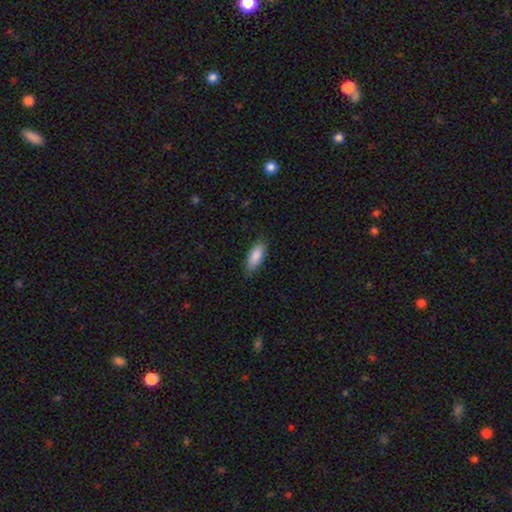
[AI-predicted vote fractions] A smooth galaxy with no disk features (88%) that is in between round and cigar-shaped (77%).

Vote fractions:
- Smooth or featured? smooth: 88% / featured or disk: 7% / star or artifact: 6%
- How rounded? in between: 77% / cigar-shaped: 21% / round: 2%
- Merging? none: 82% / minor disturbance: 14% / major disturbance: 3% / merger: 1%